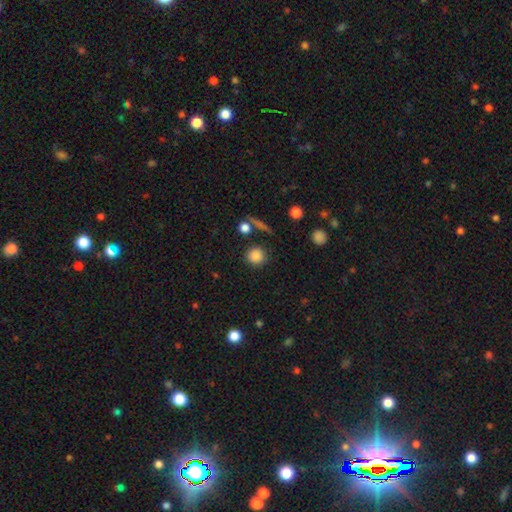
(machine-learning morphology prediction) A smooth galaxy with no disk features (84%) that is round (91%). Merging: none (84%).